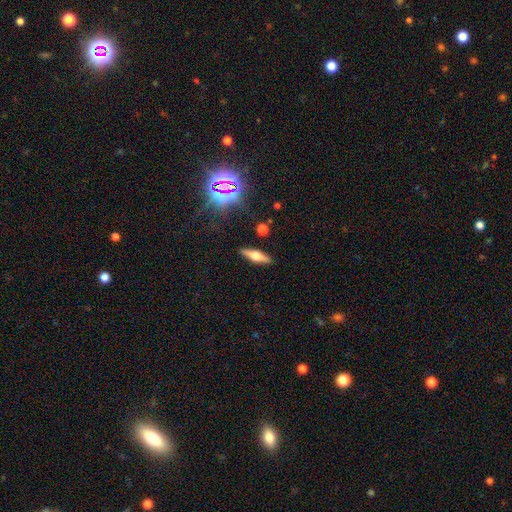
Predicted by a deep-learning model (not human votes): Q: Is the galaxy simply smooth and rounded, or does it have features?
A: featured or disk — 50%.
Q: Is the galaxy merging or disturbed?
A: none — 88%.